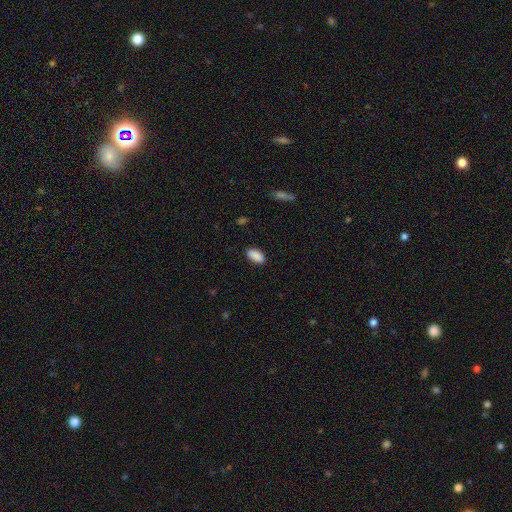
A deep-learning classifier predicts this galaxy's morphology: Q: Smooth or featured?
A: smooth (90%); runner-up: star or artifact (7%)
Q: How rounded?
A: in between (93%); runner-up: cigar-shaped (4%)
Q: Merging?
A: none (87%); runner-up: minor disturbance (9%)